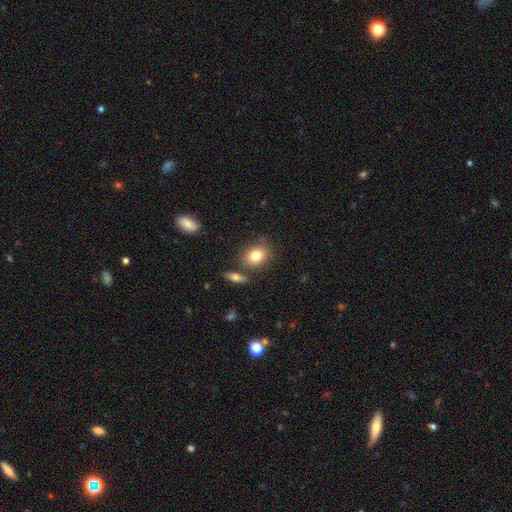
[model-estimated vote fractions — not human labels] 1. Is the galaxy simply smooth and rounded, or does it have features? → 80% smooth, 11% featured or disk, 9% star or artifact.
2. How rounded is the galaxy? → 56% in between, 43% round, 2% cigar-shaped.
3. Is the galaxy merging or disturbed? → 75% none, 12% minor disturbance, 10% merger, 3% major disturbance.